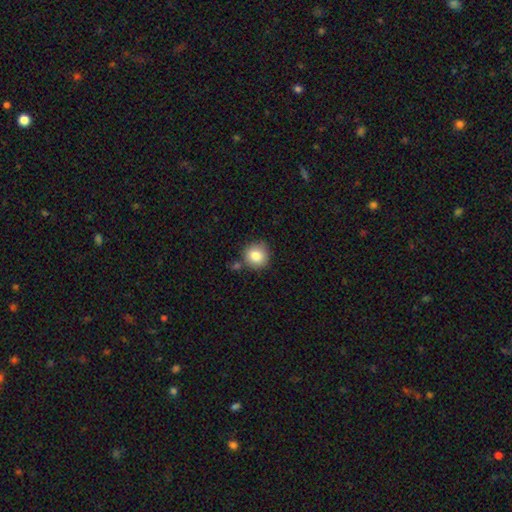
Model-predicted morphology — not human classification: The model was most divided on "merging": none: 76%, minor disturbance: 12%, merger: 8%, major disturbance: 3%. More confident: how rounded — round (90%); smooth or featured — smooth (84%).